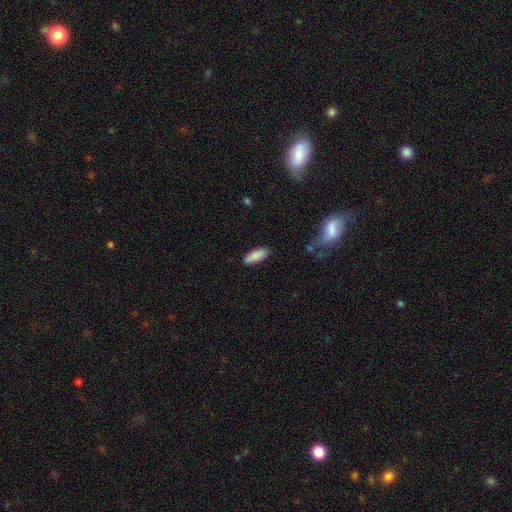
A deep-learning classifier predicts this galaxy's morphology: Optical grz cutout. It shows a smooth galaxy with no disk features (88%) that is in between round and cigar-shaped (72%). Merging: none (86%).